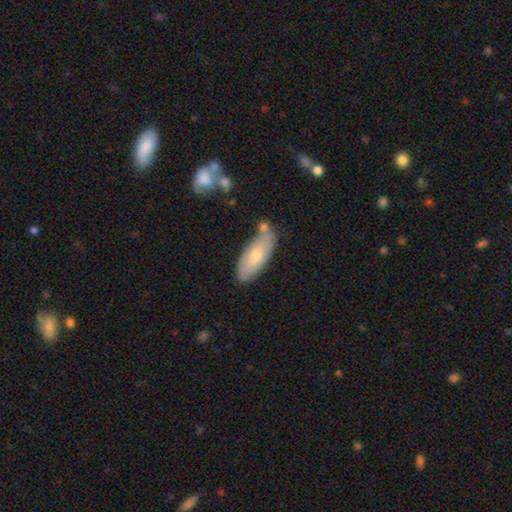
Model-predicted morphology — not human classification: This appears to be a smooth galaxy with no disk features (71%) that is in between round and cigar-shaped (77%). Merging: none (71%).